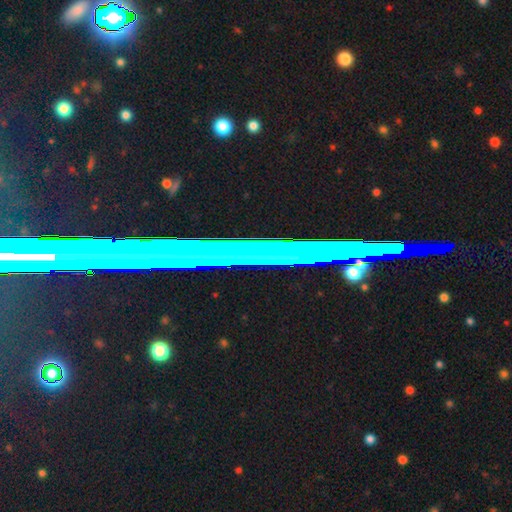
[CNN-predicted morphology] Q: Smooth or featured?
A: star or artifact (67%); runner-up: featured or disk (23%)